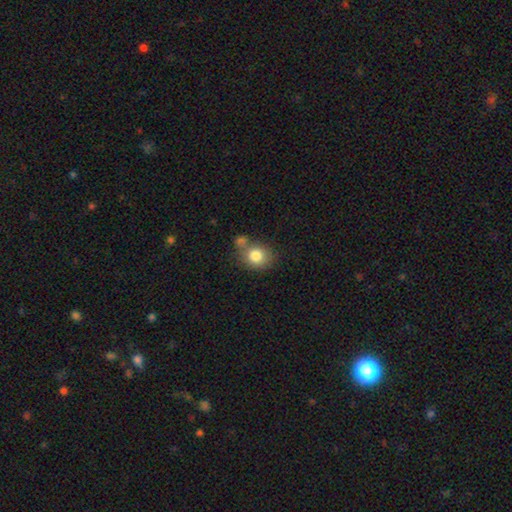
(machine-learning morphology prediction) Smooth or featured: smooth — 82% (featured or disk — 9%)
How rounded: round — 72% (in between — 27%)
Merging: none — 51% (merger — 29%)